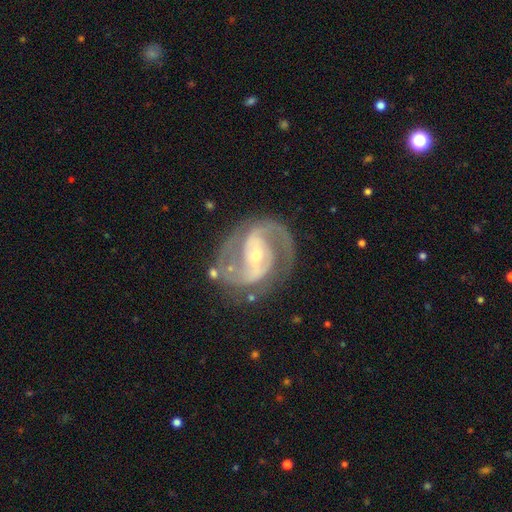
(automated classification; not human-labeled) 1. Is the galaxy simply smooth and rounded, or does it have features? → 92% featured or disk, 5% star or artifact, 4% smooth.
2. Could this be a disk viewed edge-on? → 98% no, 2% yes.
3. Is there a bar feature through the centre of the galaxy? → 40% strong, 38% weak, 22% no.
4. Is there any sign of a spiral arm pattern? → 98% yes, 2% no.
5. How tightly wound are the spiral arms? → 57% medium, 33% tight, 11% loose.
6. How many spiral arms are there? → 89% 2, 4% 3, 3% can't tell, 2% 1, 1% 4, 1% more than 4.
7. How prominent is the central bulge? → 58% small, 37% moderate, 2% large, 1% none, 1% dominant.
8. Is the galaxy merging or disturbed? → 75% none, 15% minor disturbance, 7% major disturbance, 2% merger.